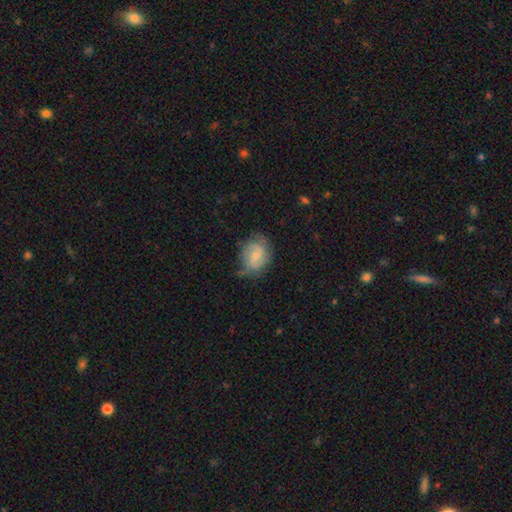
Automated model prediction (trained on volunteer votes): featured or disk 49%, smooth 44%, star or artifact 7%. Down the decision tree: merging — none (56%).